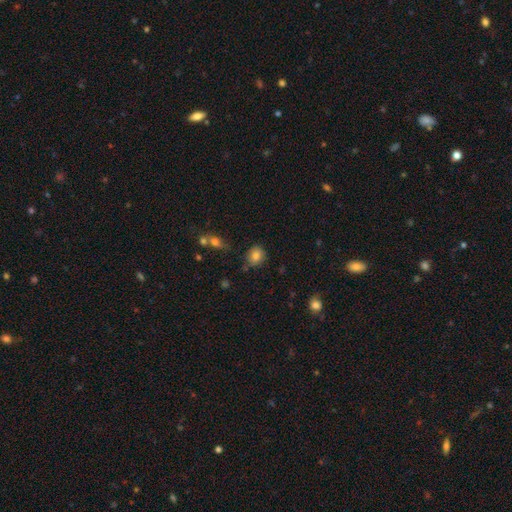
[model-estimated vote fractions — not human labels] Smooth or featured: smooth — 83% (star or artifact — 10%)
How rounded: round — 65% (in between — 34%)
Merging: none — 75% (minor disturbance — 17%)